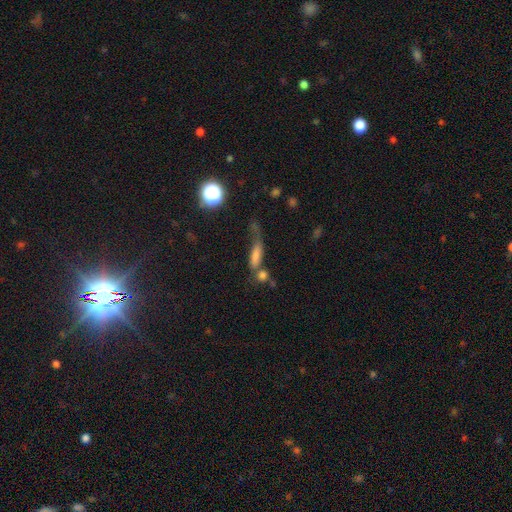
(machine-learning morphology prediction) The model was most divided on "merging": none: 30%, merger: 28%, major disturbance: 24%, minor disturbance: 18%. More confident: smooth or featured — smooth (61%); how rounded — cigar-shaped (52%).